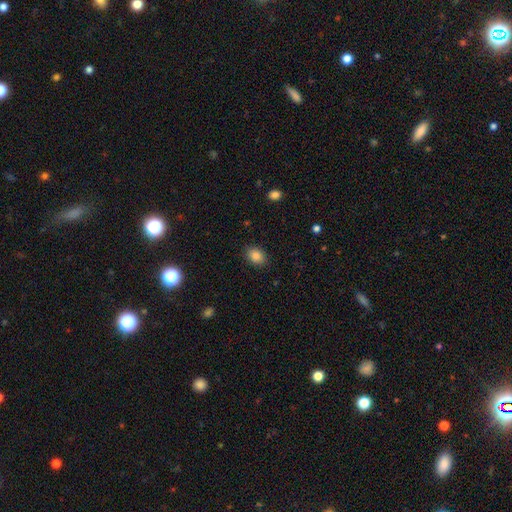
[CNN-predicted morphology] smooth 86%, star or artifact 9%, featured or disk 5%. Down the decision tree: how rounded — in between (68%); merging — none (87%).